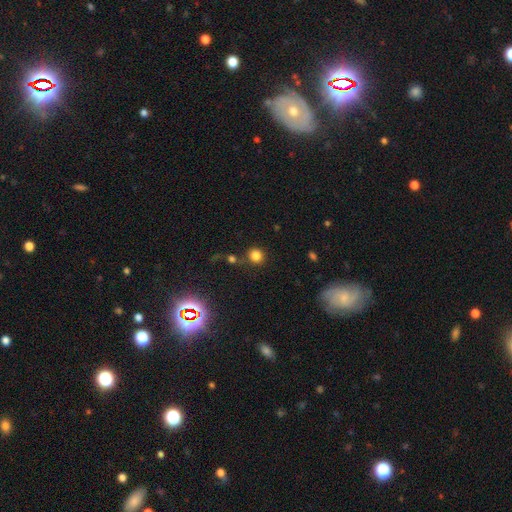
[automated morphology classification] Smooth or featured? smooth (79%)
How rounded? round (89%)
Merging? none (76%)